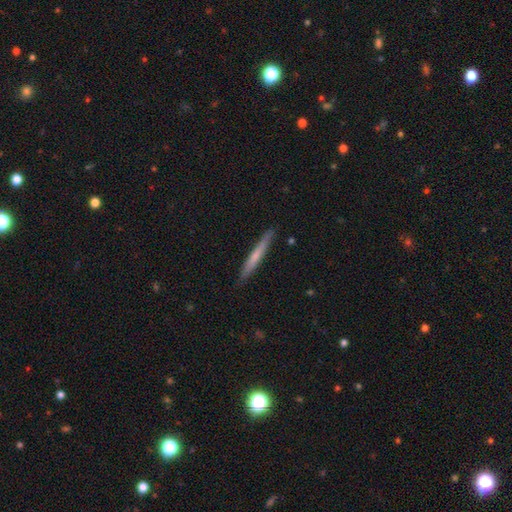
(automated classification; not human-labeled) Smooth or featured? smooth (60%)
How rounded? cigar-shaped (96%)
Merging? none (89%)